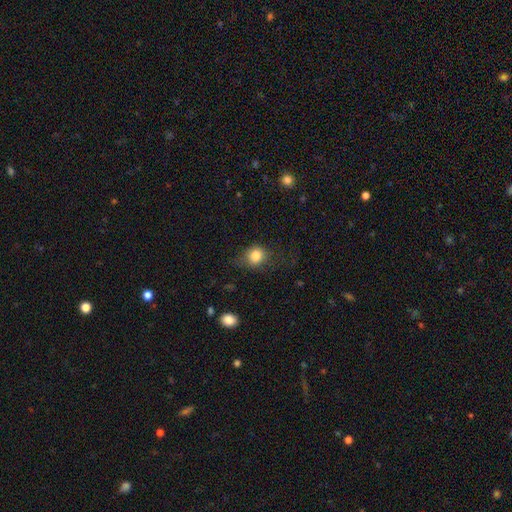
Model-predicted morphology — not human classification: Overall: smooth (81%). How rounded: round (68%; in between 30%). Merging: none (60%; minor disturbance 24%).